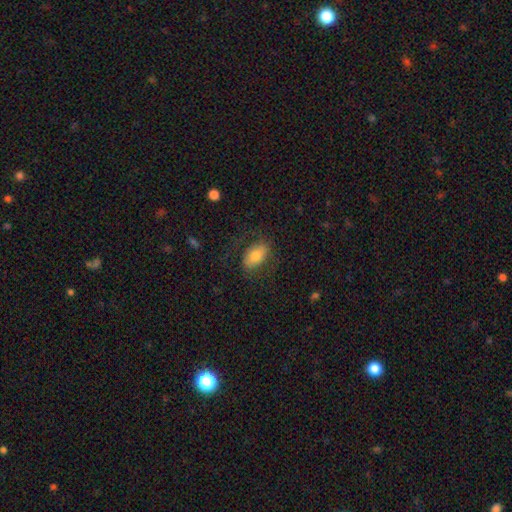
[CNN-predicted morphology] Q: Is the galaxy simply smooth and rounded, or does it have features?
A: smooth — 68%.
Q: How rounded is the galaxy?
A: in between — 90%.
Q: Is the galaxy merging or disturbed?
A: none — 71%.